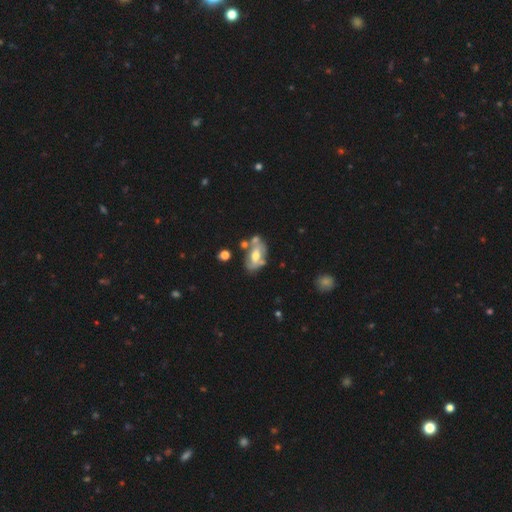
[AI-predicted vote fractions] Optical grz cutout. It shows a featured or disk galaxy (60%) with no bar (58%), no spiral arms (59%) and a moderate central bulge (71%). Merging: none (42%).